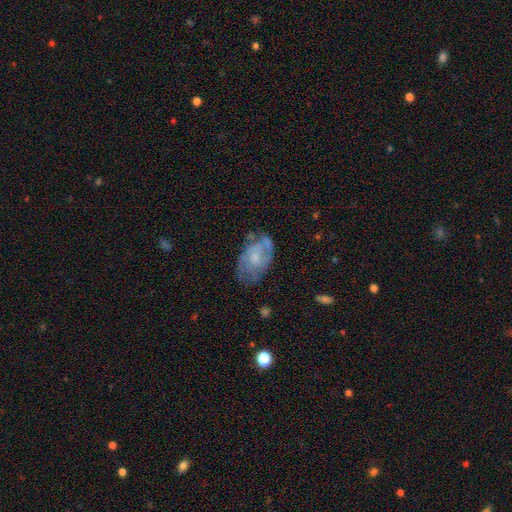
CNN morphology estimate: Smooth or featured: featured or disk — 67% (smooth — 26%)
Edge-on disk: no — 96% (yes — 4%)
Bar: no — 68% (weak — 28%)
Spiral arms: yes — 78% (no — 22%)
Bulge size: small — 48% (moderate — 35%)
Merging: none — 58% (minor disturbance — 26%)